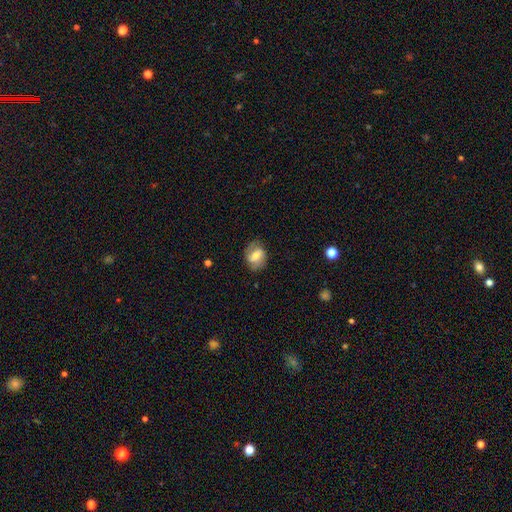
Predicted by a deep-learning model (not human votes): A featured or disk galaxy (54%) with a weak bar (44%), spiral arms (80%) and a moderate central bulge (54%). Merging: none (74%).